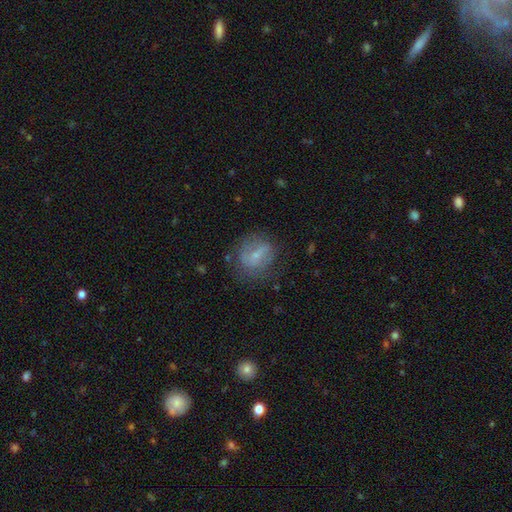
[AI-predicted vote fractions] Smooth or featured? smooth (47%)
Merging? none (65%)